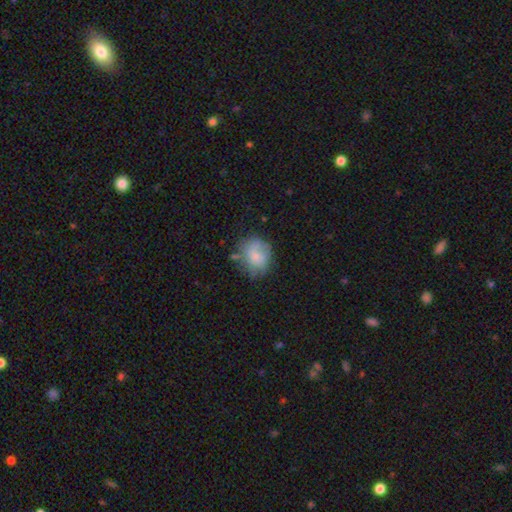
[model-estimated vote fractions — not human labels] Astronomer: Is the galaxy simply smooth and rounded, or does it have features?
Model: smooth — 57% (runner-up: featured or disk, 34%).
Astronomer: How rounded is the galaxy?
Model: round — 64%.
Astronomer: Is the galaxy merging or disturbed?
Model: none — 51% (runner-up: minor disturbance, 29%).